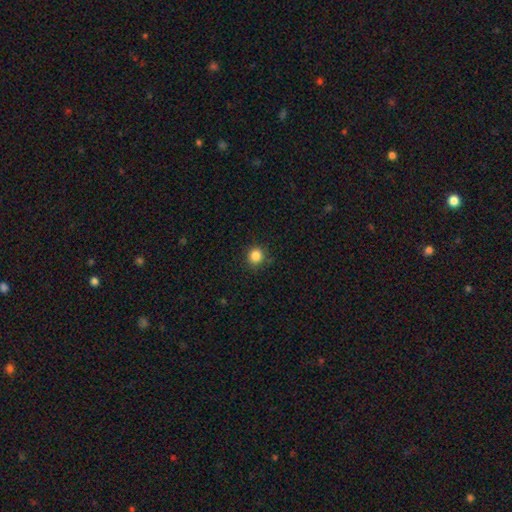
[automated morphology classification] The model was most divided on "smooth or featured": smooth: 85%, star or artifact: 11%, featured or disk: 3%. More confident: how rounded — round (92%); merging — none (88%).